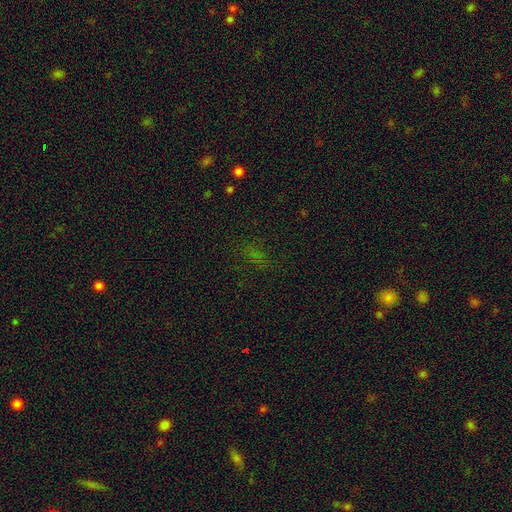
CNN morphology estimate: smooth_or_featured: star or artifact (p=0.48) [alt: smooth p=0.41]